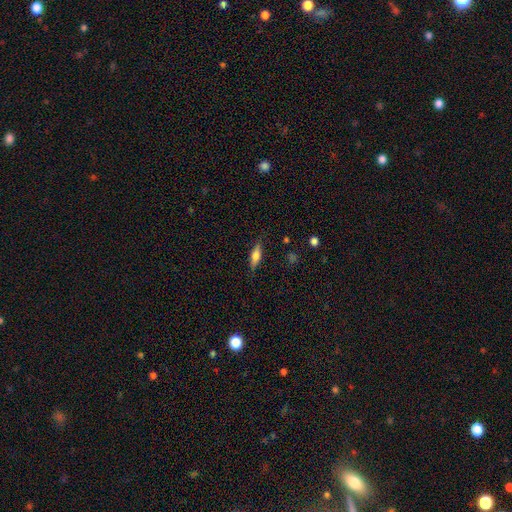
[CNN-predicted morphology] This appears to be a smooth galaxy with no disk features (59%) that is cigar-shaped (50%). Merging: none (84%).